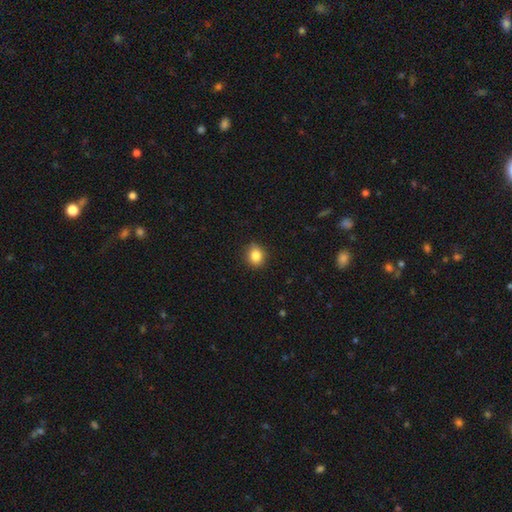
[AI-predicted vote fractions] This is clearly a smooth galaxy (84%). How rounded: likely round (77%). Merging: clearly none (88%).